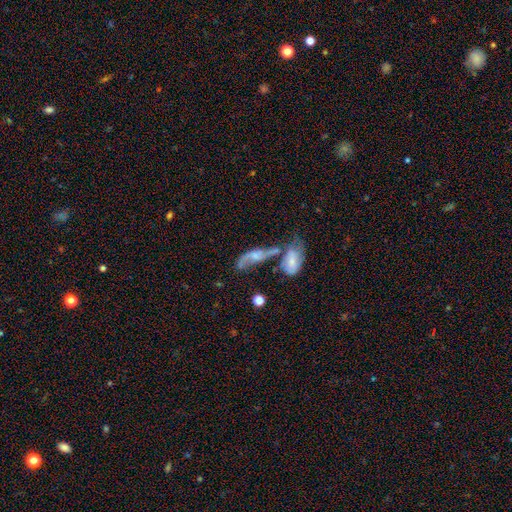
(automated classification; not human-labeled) A featured or disk galaxy (65%) with no bar (59%), spiral arms (82%) and a small central bulge (39%). Merging: merger (44%).